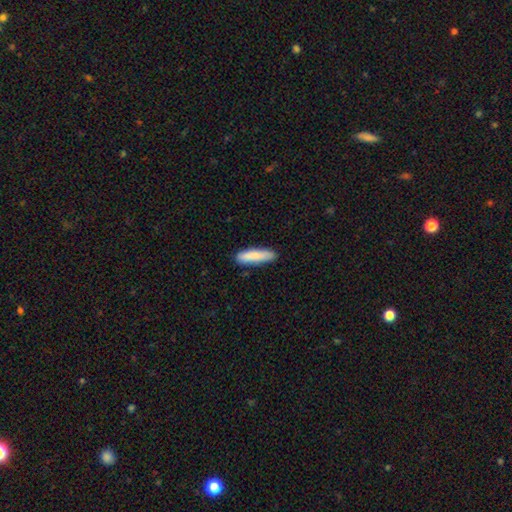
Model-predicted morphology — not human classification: type=smooth (84%); roundness=cigar-shaped (74%); merging=none (85%).